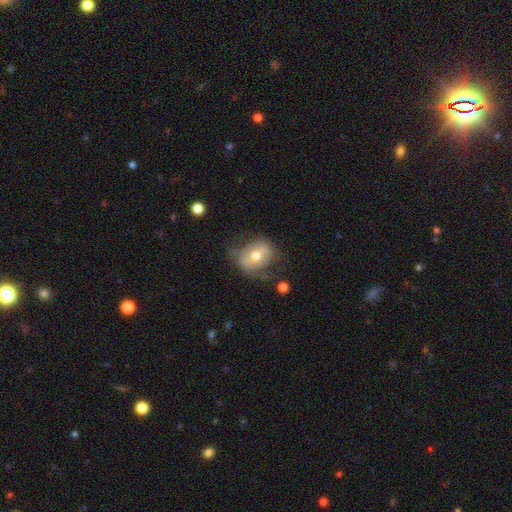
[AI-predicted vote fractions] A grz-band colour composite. It shows a smooth galaxy with no disk features (50%). Merging: none (55%).